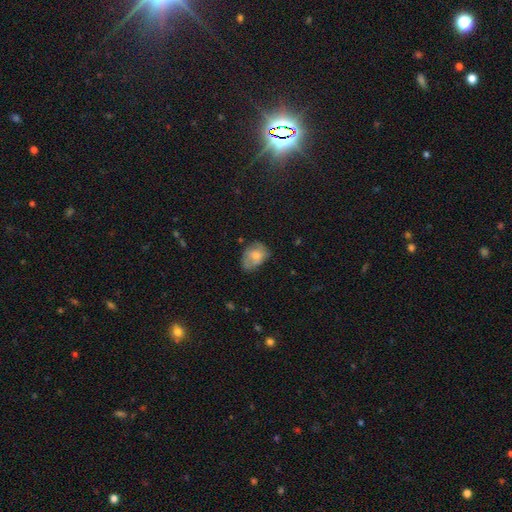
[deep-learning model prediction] A smooth galaxy with no disk features (58%) that is in between round and cigar-shaped (71%). Merging: none (47%).